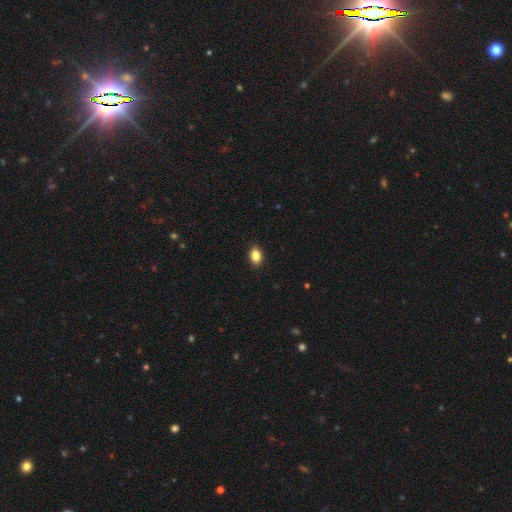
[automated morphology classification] This appears to be a smooth galaxy with no disk features (86%) that is in between round and cigar-shaped (81%). Merging: none (90%).